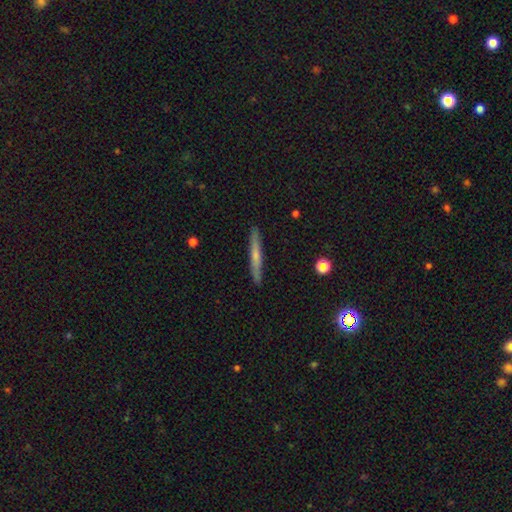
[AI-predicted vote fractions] Overall: smooth (51%; featured or disk 43%). How rounded: cigar-shaped (95%). Merging: none (90%).